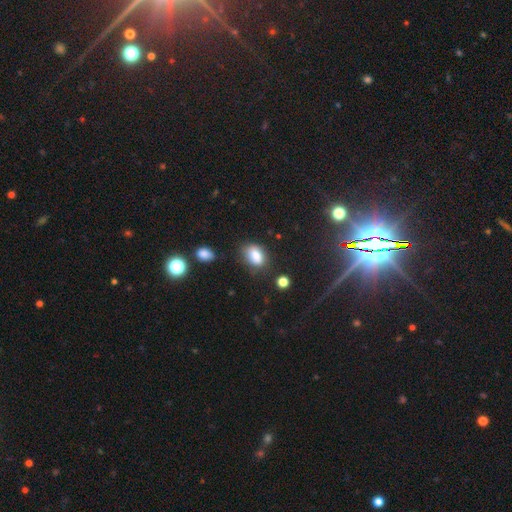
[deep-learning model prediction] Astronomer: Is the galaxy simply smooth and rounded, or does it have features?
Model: smooth — 84%.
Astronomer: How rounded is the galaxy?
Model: in between — 84%.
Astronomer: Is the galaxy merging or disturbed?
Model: none — 62%.